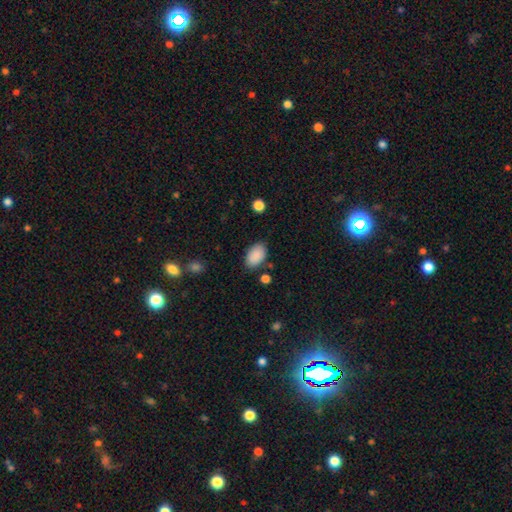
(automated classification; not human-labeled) Q: Smooth or featured?
A: smooth (90%); runner-up: star or artifact (7%)
Q: How rounded?
A: in between (92%); runner-up: round (6%)
Q: Merging?
A: none (82%); runner-up: minor disturbance (12%)